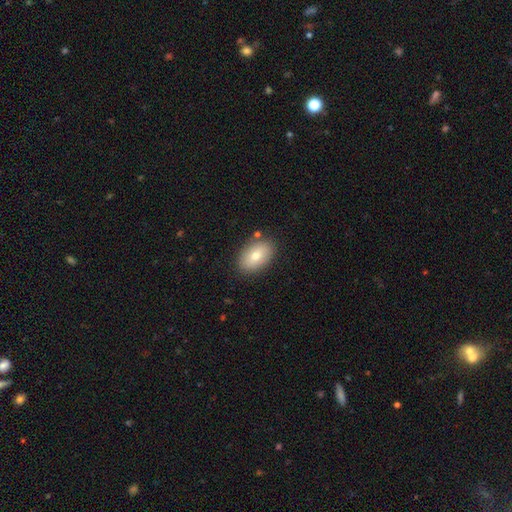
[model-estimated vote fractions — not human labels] smooth_or_featured: smooth (p=0.76) [alt: featured or disk p=0.17]
how_rounded: in between (p=0.90) [alt: round p=0.08]
merging: none (p=0.84) [alt: minor disturbance p=0.11]